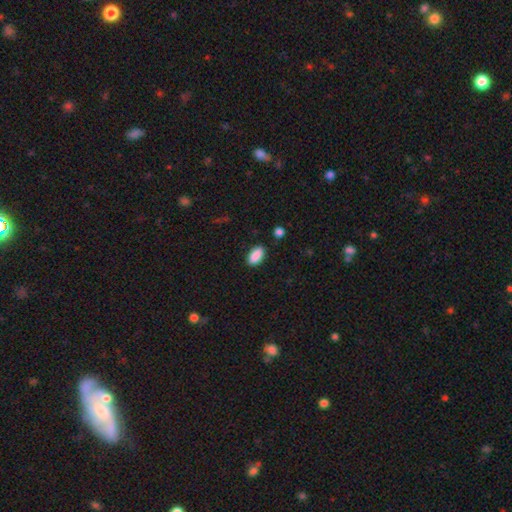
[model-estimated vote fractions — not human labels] A smooth galaxy with no disk features (89%) that is in between round and cigar-shaped (92%). Merging: none (86%).